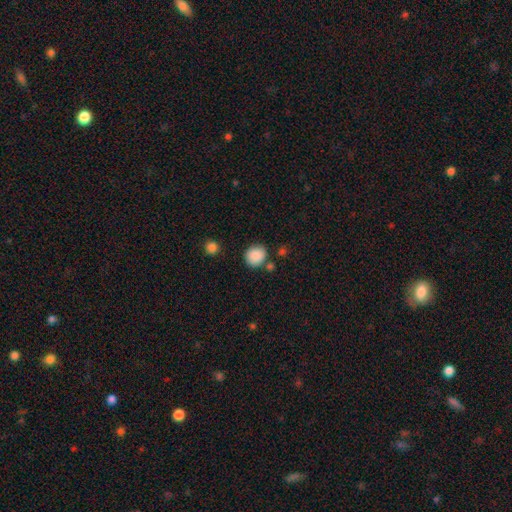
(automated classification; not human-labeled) This is clearly a smooth galaxy (88%). How rounded: clearly round (81%). Merging: likely none (78%).